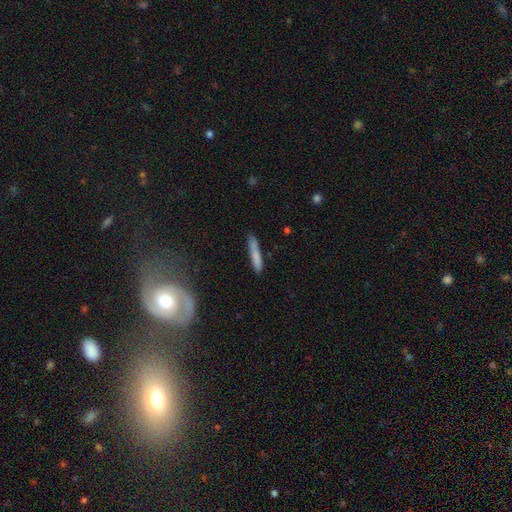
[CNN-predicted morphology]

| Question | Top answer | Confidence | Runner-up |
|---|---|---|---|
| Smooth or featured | smooth | 78% | featured or disk (15%) |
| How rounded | cigar-shaped | 93% | in between (6%) |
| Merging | none | 82% | minor disturbance (13%) |